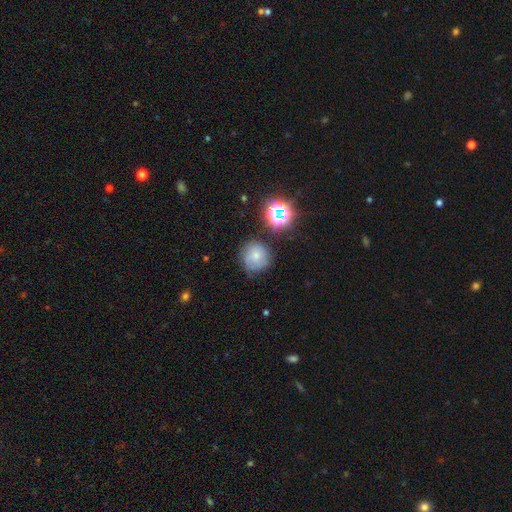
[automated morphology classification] smooth_or_featured: smooth (p=0.59) [alt: featured or disk p=0.23]
how_rounded: round (p=0.90) [alt: in between p=0.09]
merging: none (p=0.70) [alt: minor disturbance p=0.19]